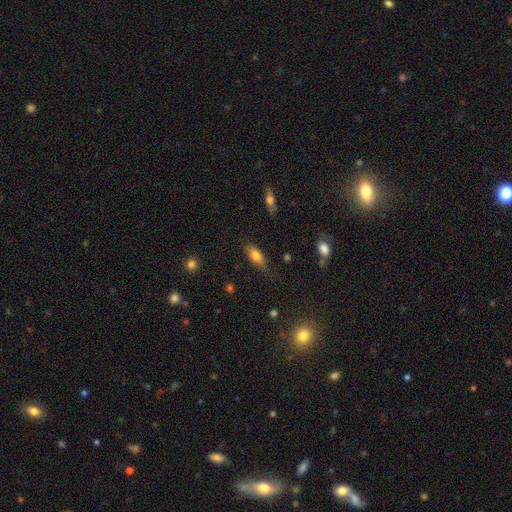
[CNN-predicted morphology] This appears to be a smooth galaxy with no disk features (75%) that is in between round and cigar-shaped (76%). Merging: none (72%).